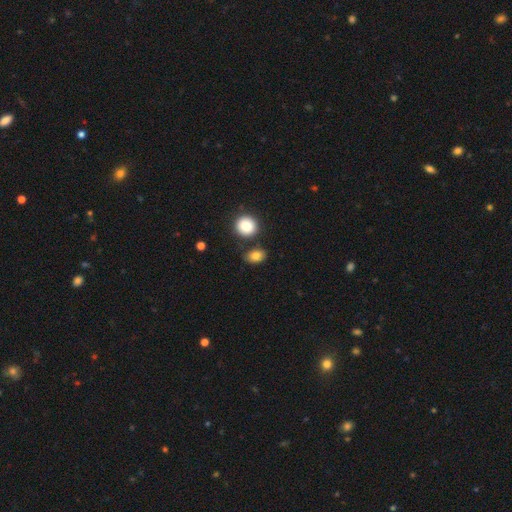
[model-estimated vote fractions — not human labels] This appears to be a smooth galaxy with no disk features (83%) that is in between round and cigar-shaped (65%). Merging: none (73%).